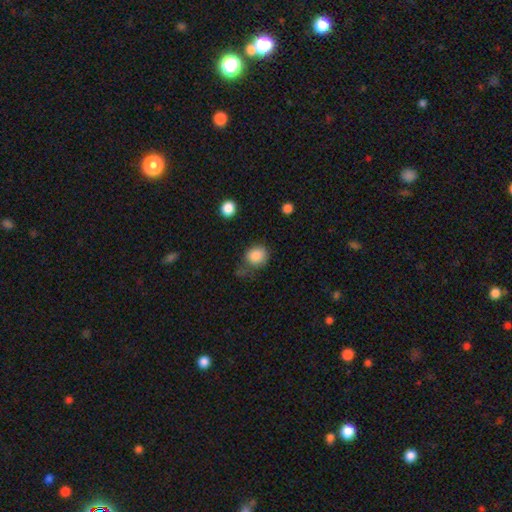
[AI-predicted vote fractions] smooth-or-featured: smooth: 86% | star or artifact: 10% | featured or disk: 5%
  how-rounded: round: 75% | in between: 25% | cigar-shaped: 1%
  merging: none: 63% | minor disturbance: 23% | major disturbance: 9% | merger: 5%